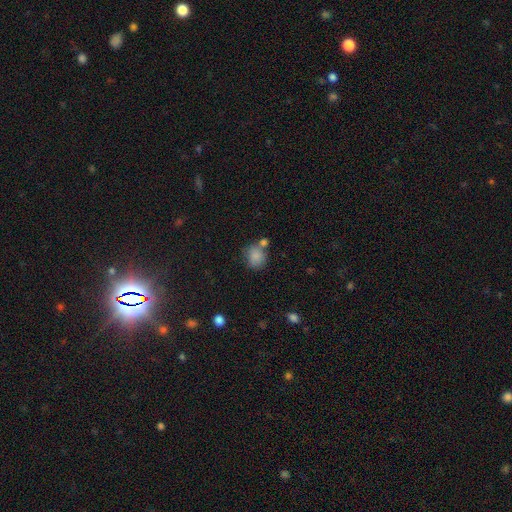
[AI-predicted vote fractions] Q: Smooth or featured?
A: smooth (83%); runner-up: star or artifact (10%)
Q: How rounded?
A: round (69%); runner-up: in between (30%)
Q: Merging?
A: none (52%); runner-up: merger (23%)